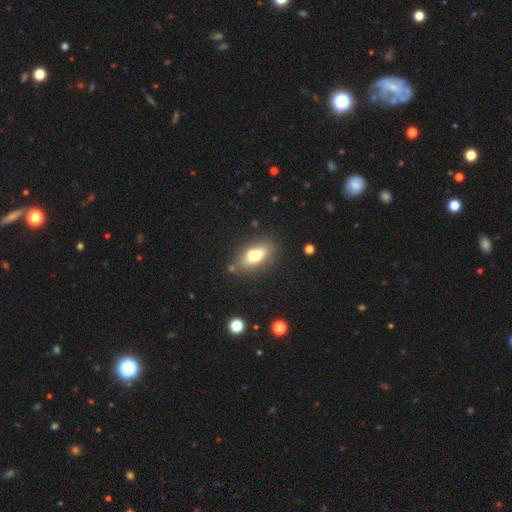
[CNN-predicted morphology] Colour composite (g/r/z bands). It shows a smooth galaxy with no disk features (61%) that is in between round and cigar-shaped (77%). Merging: none (61%).